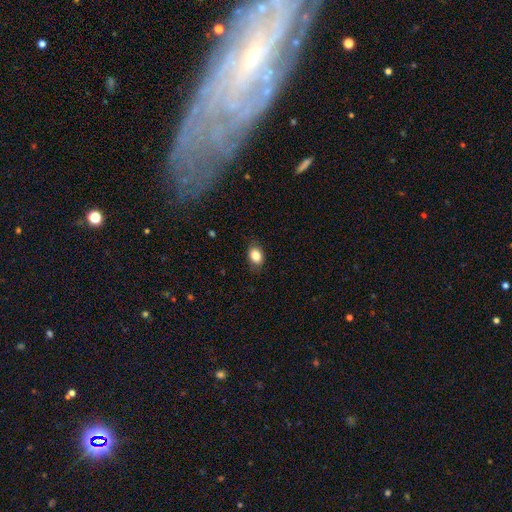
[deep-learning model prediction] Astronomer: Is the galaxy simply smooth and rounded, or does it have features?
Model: smooth — 84%.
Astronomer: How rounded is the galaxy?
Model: in between — 70%.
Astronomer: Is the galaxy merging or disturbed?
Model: none — 82%.